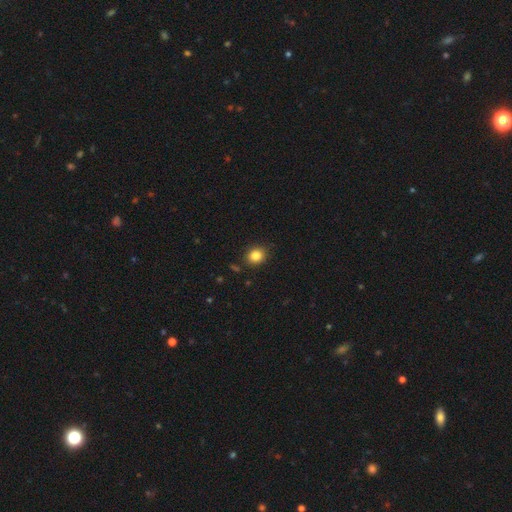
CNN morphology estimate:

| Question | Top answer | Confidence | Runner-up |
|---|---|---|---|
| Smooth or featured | smooth | 84% | star or artifact (11%) |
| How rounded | round | 71% | in between (28%) |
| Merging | none | 88% | minor disturbance (8%) |